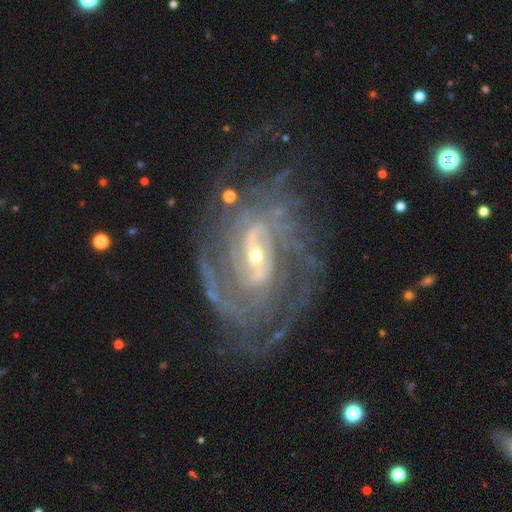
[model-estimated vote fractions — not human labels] This appears to be a featured or disk galaxy (91%) with a weak bar (46%), 2 (29%) tight (56%) spiral arms (97%) and a small central bulge (68%). Merging: none (65%).